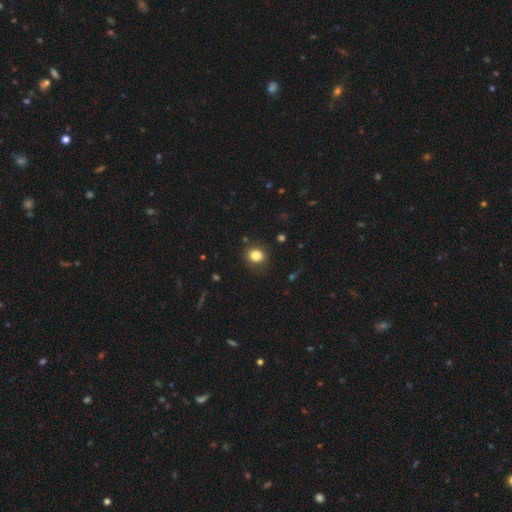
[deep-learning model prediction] smooth_or_featured: smooth (p=0.82) [alt: star or artifact p=0.11]
how_rounded: round (p=0.74) [alt: in between p=0.25]
merging: none (p=0.83) [alt: minor disturbance p=0.12]